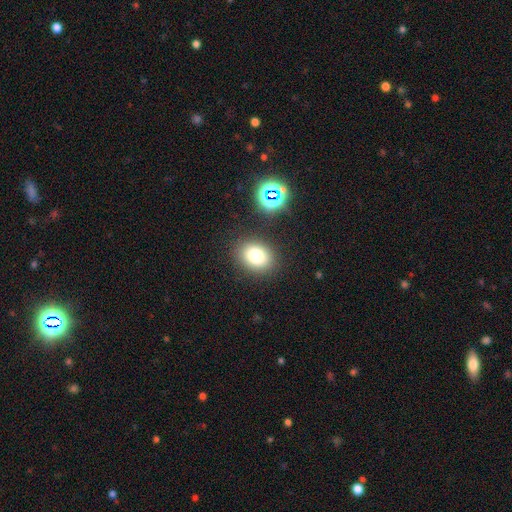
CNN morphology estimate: Q: Smooth or featured?
A: smooth (78%); runner-up: star or artifact (14%)
Q: How rounded?
A: in between (55%); runner-up: round (44%)
Q: Merging?
A: none (85%); runner-up: minor disturbance (9%)